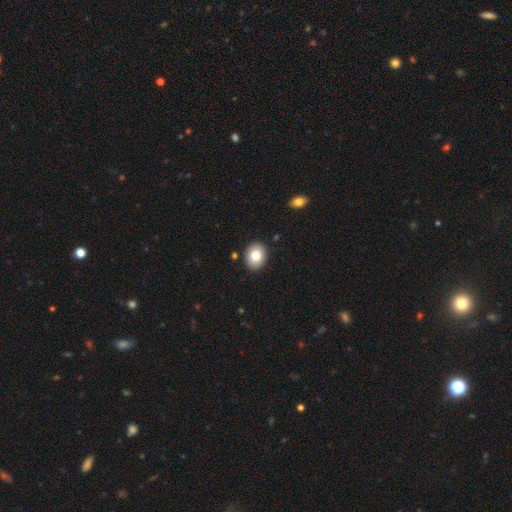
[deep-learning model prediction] Smooth or featured?
  - smooth: 81% *
  - featured or disk: 11%
  - star or artifact: 8%
How rounded?
  - in between: 59% *
  - round: 40%
  - cigar-shaped: 1%
Merging?
  - none: 89% *
  - minor disturbance: 7%
  - merger: 2%
  - major disturbance: 2%